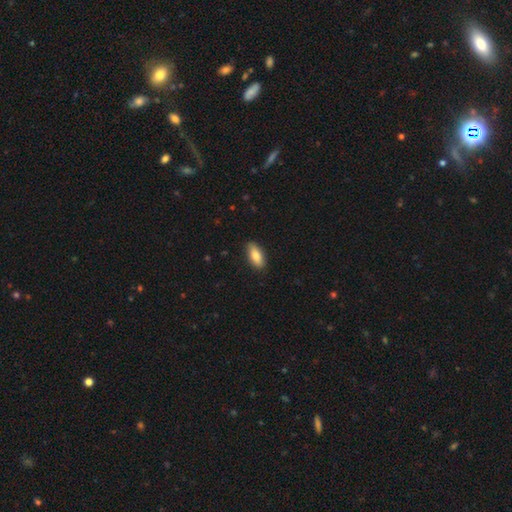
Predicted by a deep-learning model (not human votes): A smooth galaxy with no disk features (83%) that is in between round and cigar-shaped (84%). Merging: none (86%).